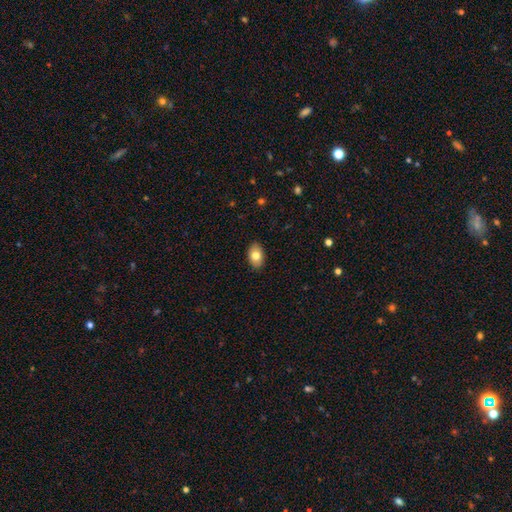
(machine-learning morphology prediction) A smooth galaxy with no disk features (78%) that is in between round and cigar-shaped (90%). Merging: none (89%).